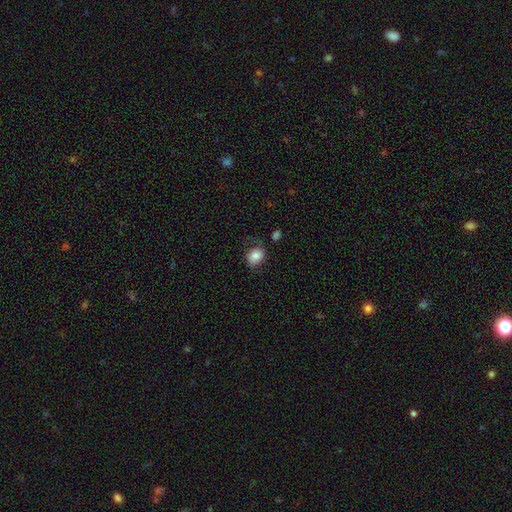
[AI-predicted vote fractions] smooth_or_featured: smooth (p=0.77) [alt: featured or disk p=0.14]
how_rounded: in between (p=0.60) [alt: round p=0.39]
merging: none (p=0.52) [alt: minor disturbance p=0.25]